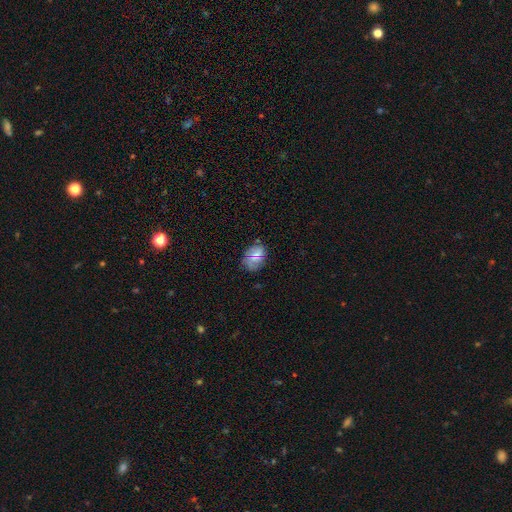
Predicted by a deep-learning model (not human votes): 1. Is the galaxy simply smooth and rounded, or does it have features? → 60% smooth, 22% star or artifact, 18% featured or disk.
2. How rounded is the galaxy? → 66% in between, 32% round, 2% cigar-shaped.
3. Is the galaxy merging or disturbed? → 76% none, 16% minor disturbance, 5% major disturbance, 2% merger.